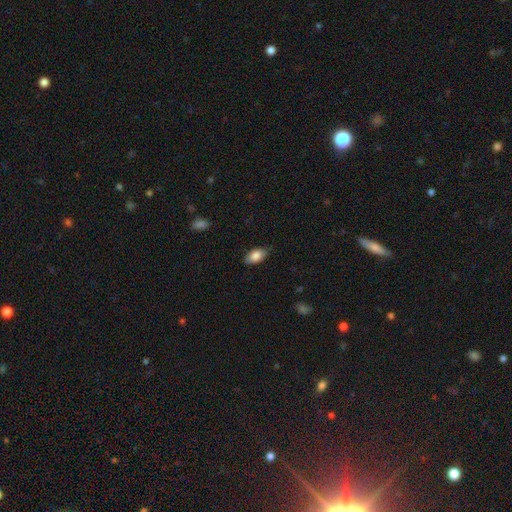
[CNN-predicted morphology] This appears to be a smooth galaxy with no disk features (84%) that is in between round and cigar-shaped (92%). Merging: none (81%).